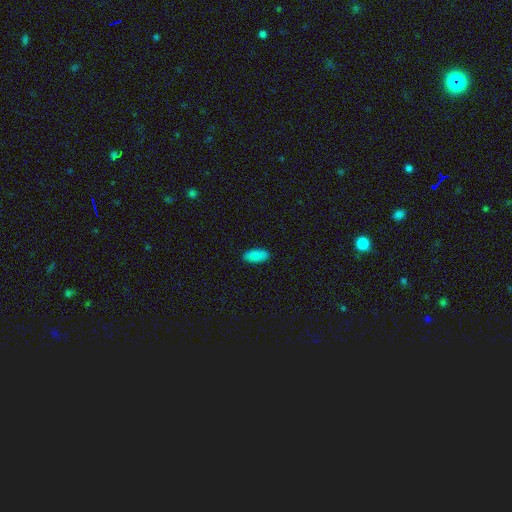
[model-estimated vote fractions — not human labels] Morphology: type=smooth (88%); roundness=in between (91%); merging=none (89%).